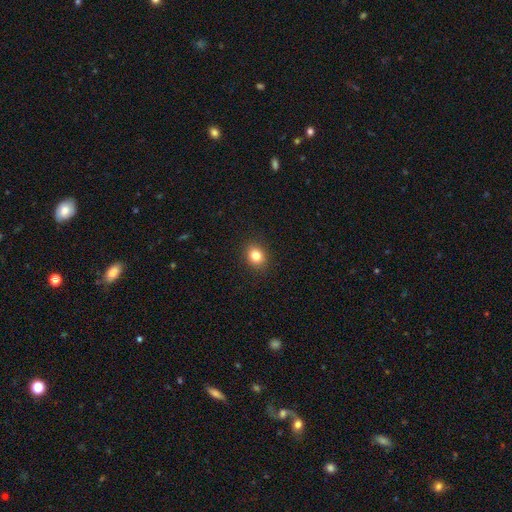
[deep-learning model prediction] Smooth or featured: smooth — 82% (star or artifact — 11%)
How rounded: round — 58% (in between — 41%)
Merging: none — 90% (minor disturbance — 7%)